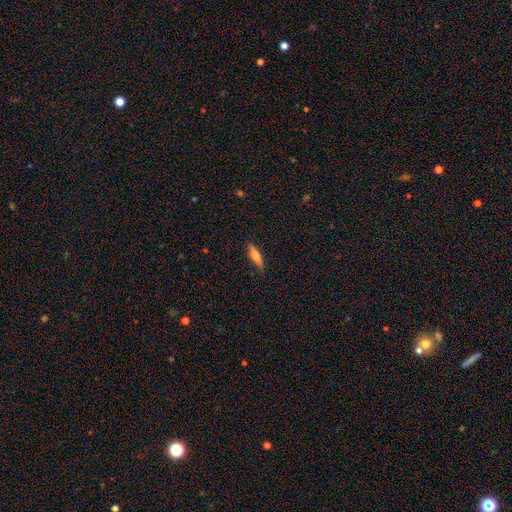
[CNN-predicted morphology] Smooth or featured? smooth (67%)
How rounded? cigar-shaped (65%)
Merging? none (84%)